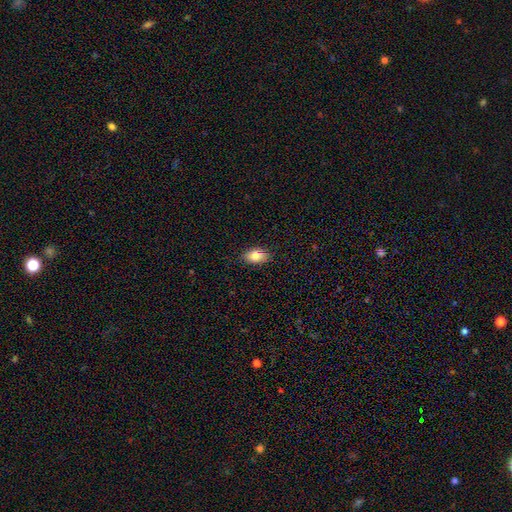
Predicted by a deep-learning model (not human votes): Smooth or featured? Predicted: smooth (p=0.81). How rounded? Predicted: in between (p=0.85). Merging? Predicted: none (p=0.84).